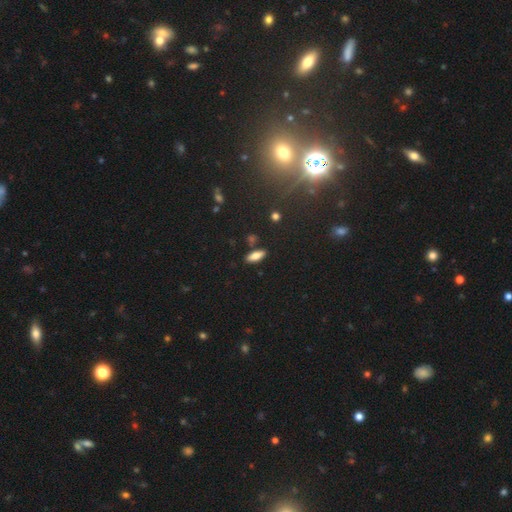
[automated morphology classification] This appears to be a smooth galaxy with no disk features (78%) that is in between round and cigar-shaped (75%). Merging: none (83%).